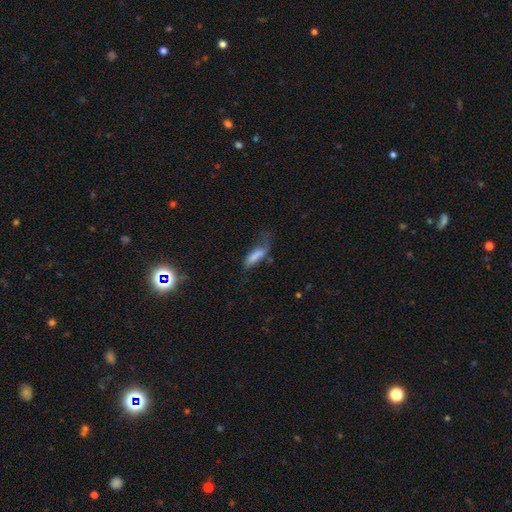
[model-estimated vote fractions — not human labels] A smooth galaxy with no disk features (71%) that is in between round and cigar-shaped (59%). Merging: major disturbance (36%).